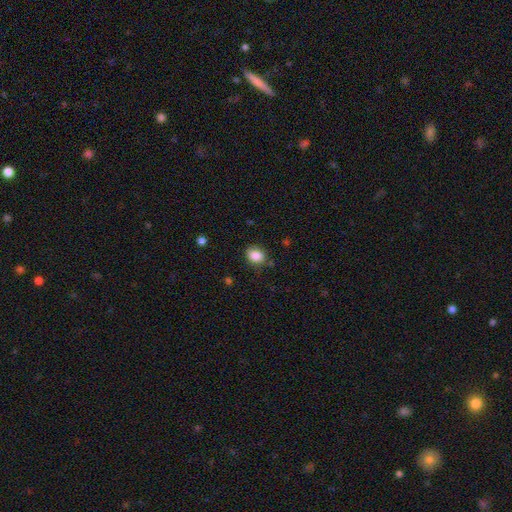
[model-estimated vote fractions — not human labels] This appears to be a smooth galaxy with no disk features (86%) that is round (52%). Merging: none (80%).